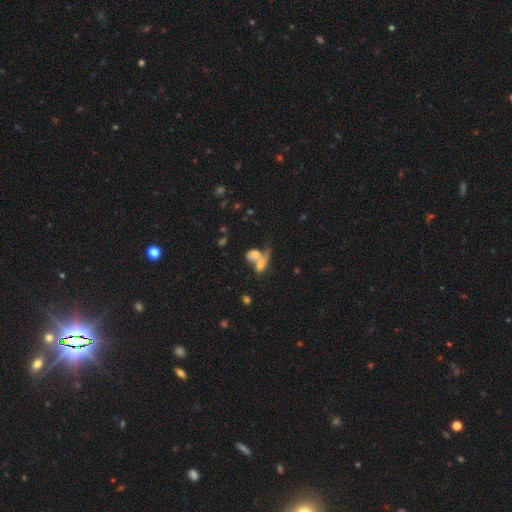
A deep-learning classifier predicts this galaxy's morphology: This appears to be a smooth galaxy with no disk features (63%) that is in between round and cigar-shaped (69%). Merging: merger (68%).